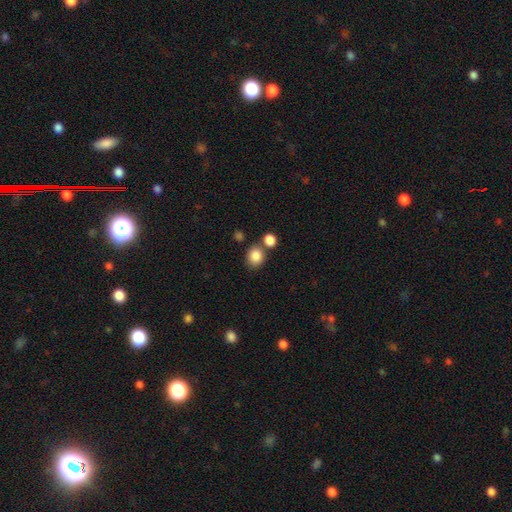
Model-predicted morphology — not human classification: A smooth galaxy with no disk features (85%) that is round (71%). Merging: none (67%).